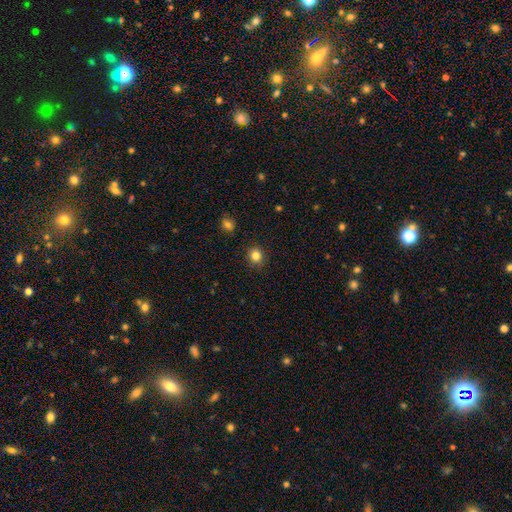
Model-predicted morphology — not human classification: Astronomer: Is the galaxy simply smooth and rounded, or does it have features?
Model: smooth — 82%.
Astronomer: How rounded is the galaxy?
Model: round — 83%.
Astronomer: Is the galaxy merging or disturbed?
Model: none — 89%.